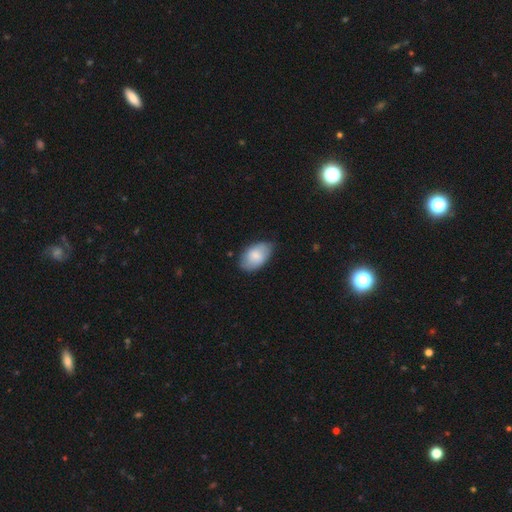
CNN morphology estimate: smooth_or_featured: smooth (p=0.78) [alt: featured or disk p=0.16]
how_rounded: in between (p=0.92) [alt: round p=0.06]
merging: none (p=0.70) [alt: minor disturbance p=0.25]